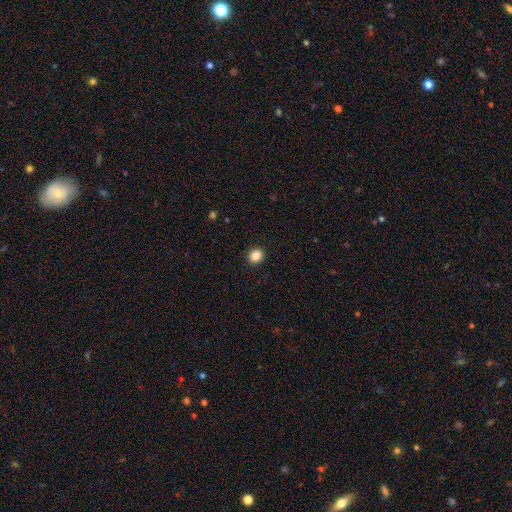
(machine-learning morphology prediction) Q: Smooth or featured?
A: smooth (87%); runner-up: star or artifact (10%)
Q: How rounded?
A: round (75%); runner-up: in between (24%)
Q: Merging?
A: none (92%); runner-up: minor disturbance (5%)